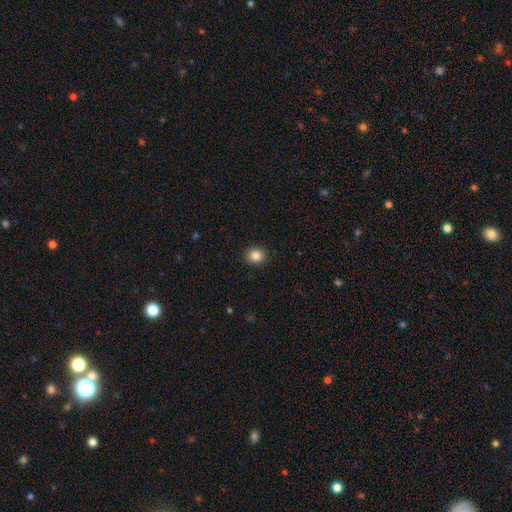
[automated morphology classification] Q: Smooth or featured?
A: smooth (85%); runner-up: star or artifact (10%)
Q: How rounded?
A: round (68%); runner-up: in between (31%)
Q: Merging?
A: none (91%); runner-up: minor disturbance (6%)